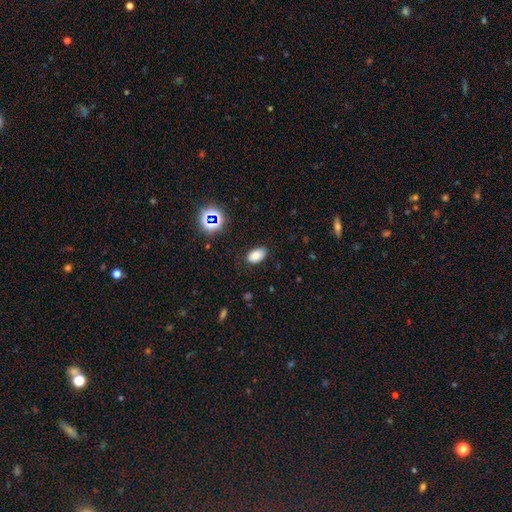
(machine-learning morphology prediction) The model was most divided on "smooth or featured": smooth: 78%, star or artifact: 14%, featured or disk: 8%. More confident: how rounded — in between (91%); merging — none (81%).